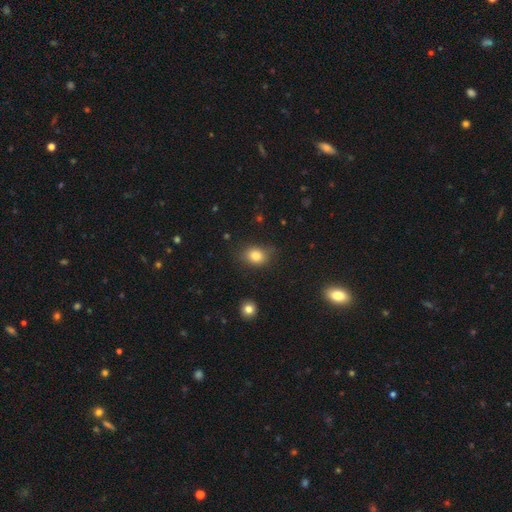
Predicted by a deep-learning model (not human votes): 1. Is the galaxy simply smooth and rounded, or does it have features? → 83% smooth, 10% star or artifact, 7% featured or disk.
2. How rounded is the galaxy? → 56% in between, 42% round, 1% cigar-shaped.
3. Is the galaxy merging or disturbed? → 77% none, 17% minor disturbance, 4% major disturbance, 2% merger.